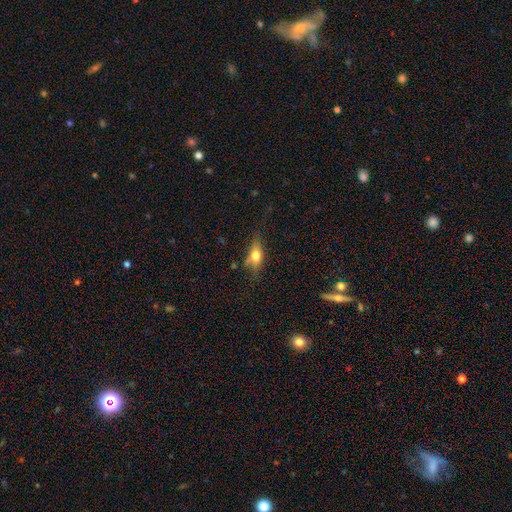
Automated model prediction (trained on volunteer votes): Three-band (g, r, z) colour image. It shows a smooth galaxy with no disk features (61%) that is in between round and cigar-shaped (70%). Merging: none (61%).